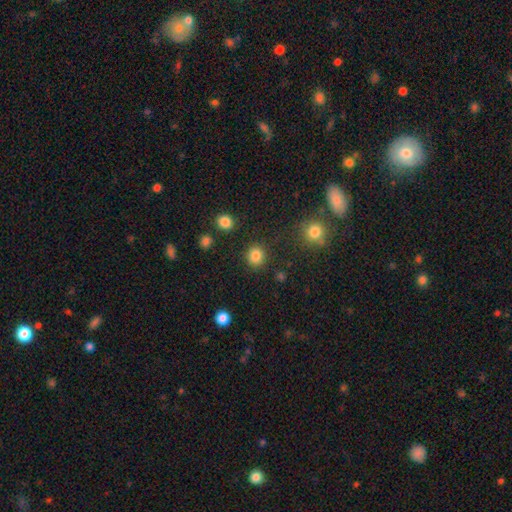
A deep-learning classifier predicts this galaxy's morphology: The model was most divided on "how rounded": round: 85%, in between: 14%, cigar-shaped: 1%. More confident: merging — none (88%); smooth or featured — smooth (84%).